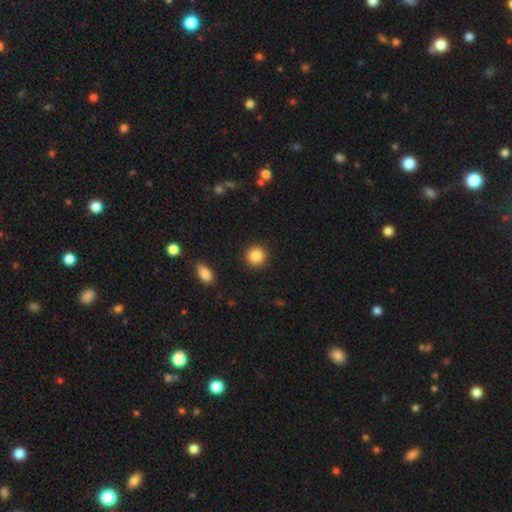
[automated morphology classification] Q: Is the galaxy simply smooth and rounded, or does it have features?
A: smooth — 87%.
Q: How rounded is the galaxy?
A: round — 93%.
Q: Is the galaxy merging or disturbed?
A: none — 92%.